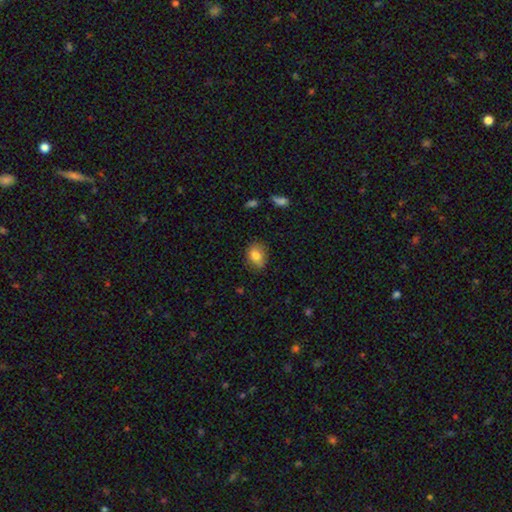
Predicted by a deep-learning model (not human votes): This is likely a smooth galaxy (78%). How rounded: possibly in between (59%). Merging: likely none (74%).